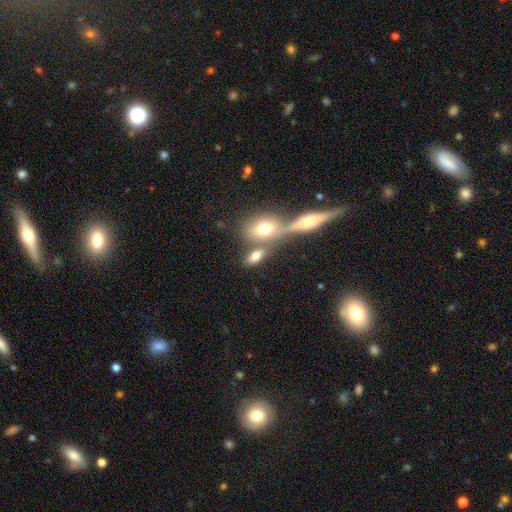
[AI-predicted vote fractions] Q: Smooth or featured?
A: smooth (70%); runner-up: featured or disk (20%)
Q: How rounded?
A: in between (78%); runner-up: round (11%)
Q: Merging?
A: none (45%); runner-up: merger (39%)